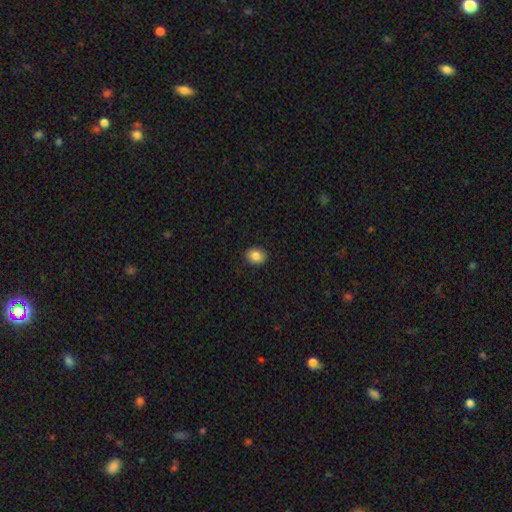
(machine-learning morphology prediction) Smooth or featured? smooth (86%)
How rounded? round (59%)
Merging? none (91%)